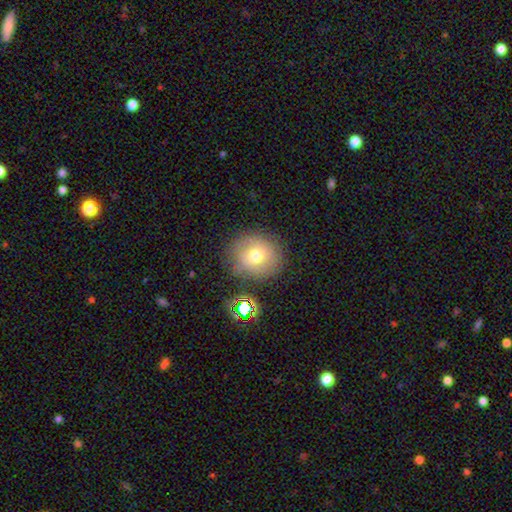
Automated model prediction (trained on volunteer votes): Overall: smooth (63%). How rounded: round (81%). Merging: none (76%).